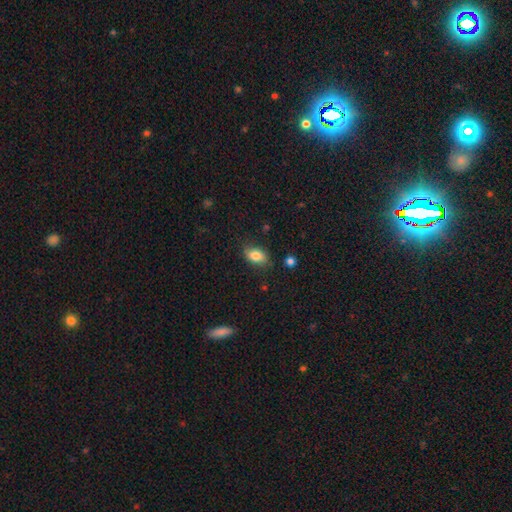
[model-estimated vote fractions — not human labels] A smooth galaxy with no disk features (82%) that is in between round and cigar-shaped (83%). Merging: none (78%).